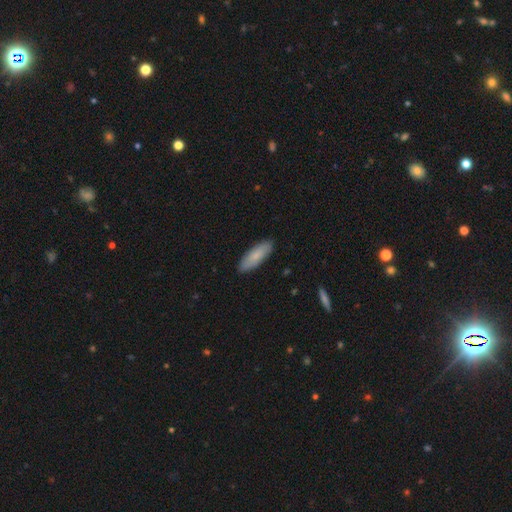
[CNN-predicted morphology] smooth_or_featured: smooth (p=0.82) [alt: featured or disk p=0.12]
how_rounded: in between (p=0.57) [alt: cigar-shaped p=0.41]
merging: none (p=0.89) [alt: minor disturbance p=0.09]